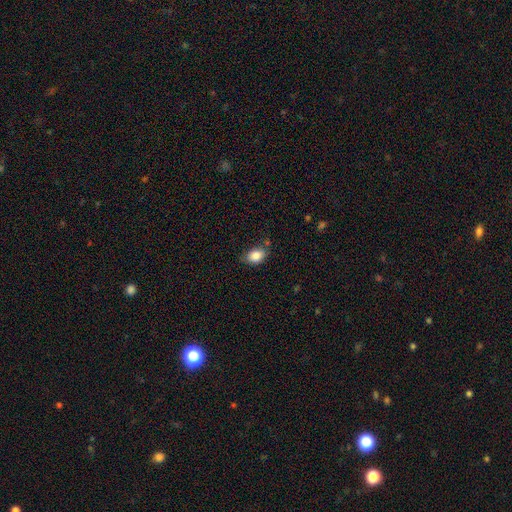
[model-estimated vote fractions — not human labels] smooth_or_featured: smooth (p=0.85) [alt: star or artifact p=0.08]
how_rounded: in between (p=0.77) [alt: round p=0.22]
merging: none (p=0.69) [alt: minor disturbance p=0.23]